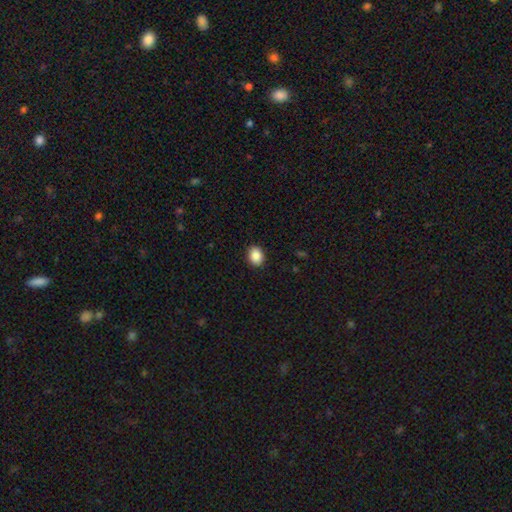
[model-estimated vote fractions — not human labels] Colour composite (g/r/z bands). It shows a smooth galaxy with no disk features (88%) that is in between round and cigar-shaped (50%). Merging: none (90%).